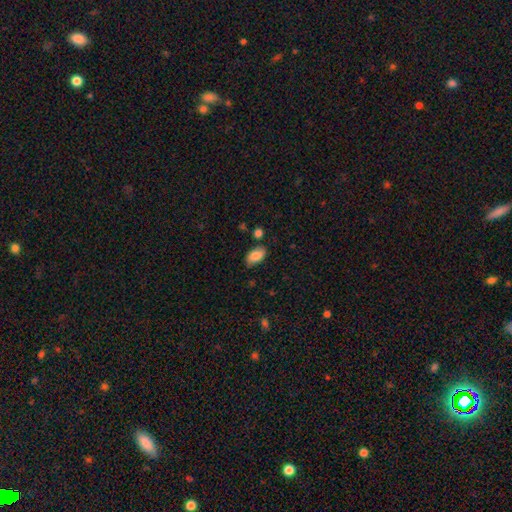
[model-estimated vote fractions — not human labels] A smooth galaxy with no disk features (85%) that is in between round and cigar-shaped (94%). Merging: none (76%).